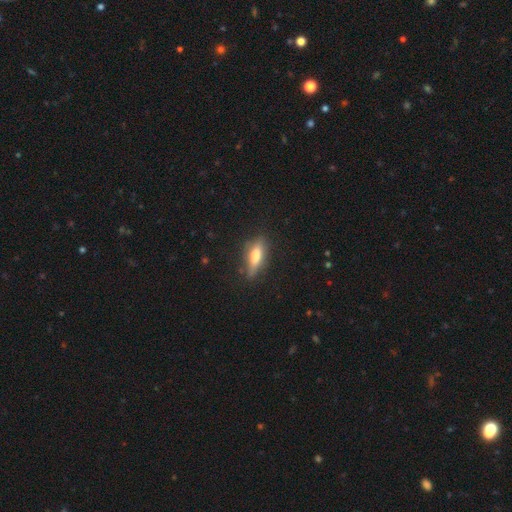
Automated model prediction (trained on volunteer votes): Smooth or featured?
  - smooth: 61% *
  - featured or disk: 31%
  - star or artifact: 7%
How rounded?
  - in between: 49% *
  - cigar-shaped: 48%
  - round: 3%
Merging?
  - none: 77% *
  - minor disturbance: 17%
  - major disturbance: 4%
  - merger: 1%